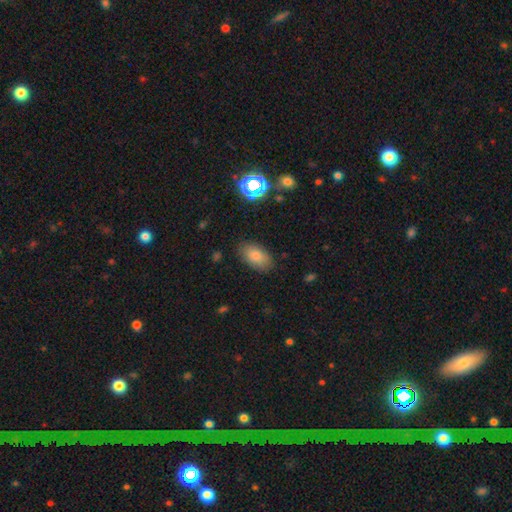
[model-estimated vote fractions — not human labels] Overall: smooth (81%). How rounded: in between (92%). Merging: none (83%).